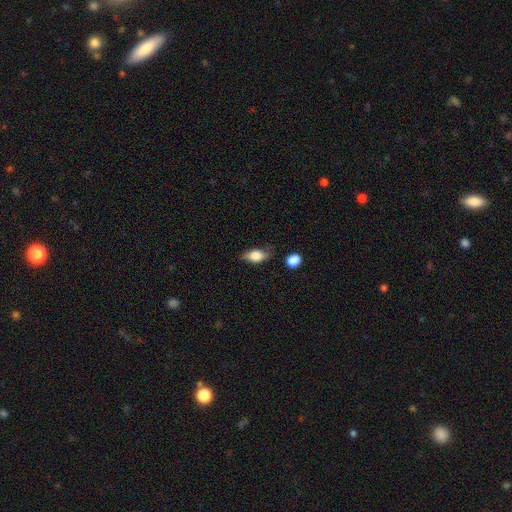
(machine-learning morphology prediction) This appears to be a smooth galaxy with no disk features (70%) that is in between round and cigar-shaped (78%). Merging: none (62%).